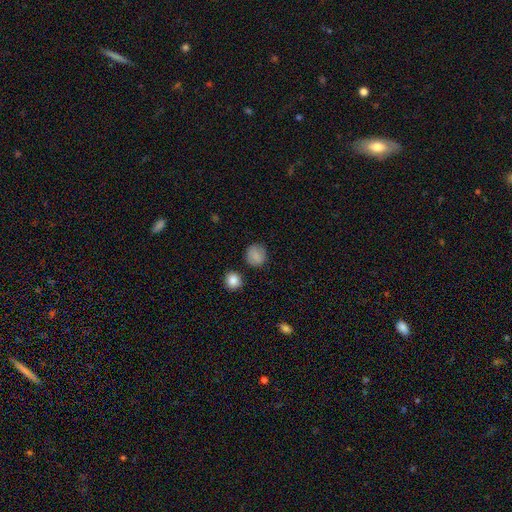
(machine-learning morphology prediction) Q: Smooth or featured?
A: smooth (85%); runner-up: star or artifact (9%)
Q: How rounded?
A: round (88%); runner-up: in between (11%)
Q: Merging?
A: none (84%); runner-up: minor disturbance (10%)